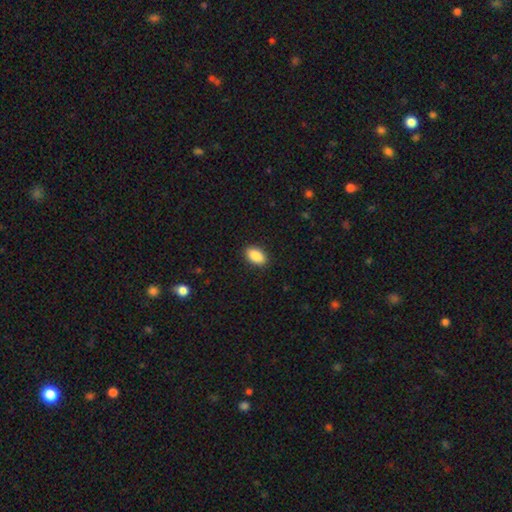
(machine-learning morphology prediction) Smooth or featured? smooth (90%)
How rounded? in between (93%)
Merging? none (90%)